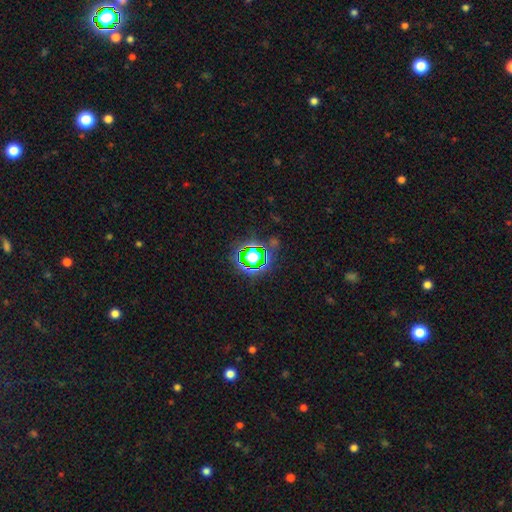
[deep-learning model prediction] Overall: star or artifact (65%).